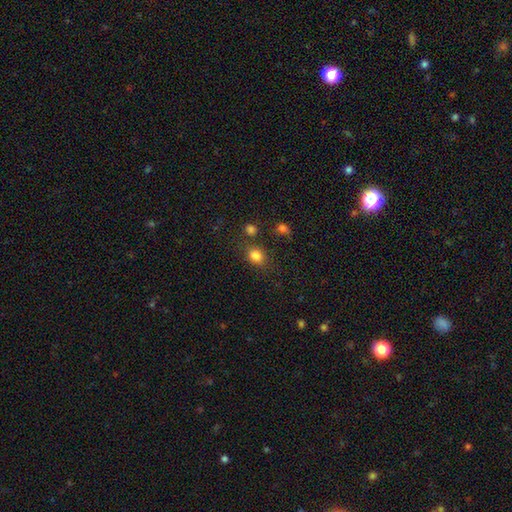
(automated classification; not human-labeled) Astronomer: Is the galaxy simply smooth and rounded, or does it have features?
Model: smooth — 82%.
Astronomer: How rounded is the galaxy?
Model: round — 50% (runner-up: in between, 49%).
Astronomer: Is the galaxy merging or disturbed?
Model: none — 72%.